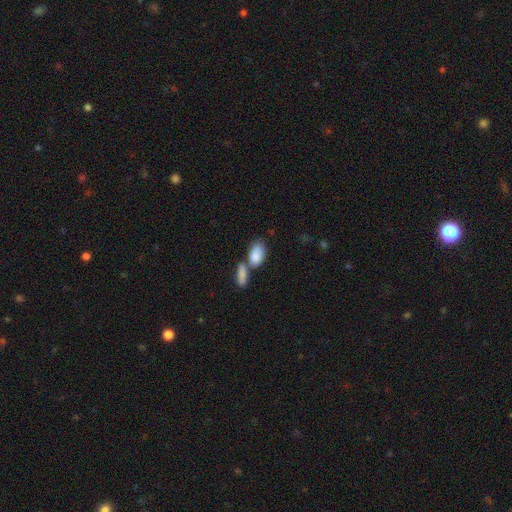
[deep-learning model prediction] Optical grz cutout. It shows a smooth galaxy with no disk features (85%) that is in between round and cigar-shaped (90%). Merging: merger (46%).